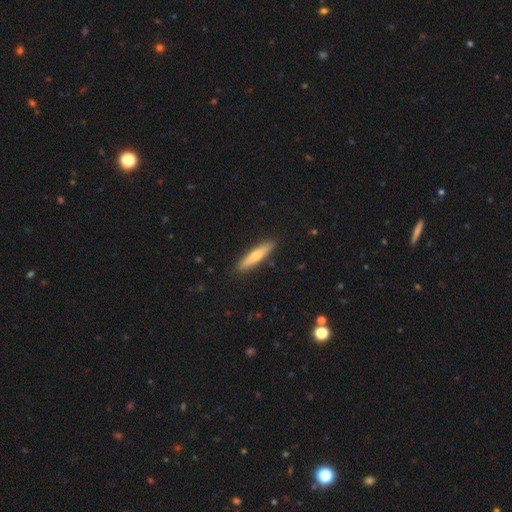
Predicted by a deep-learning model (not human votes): The model was most divided on "smooth or featured": smooth: 64%, featured or disk: 30%, star or artifact: 5%. More confident: merging — none (90%); how rounded — cigar-shaped (84%).